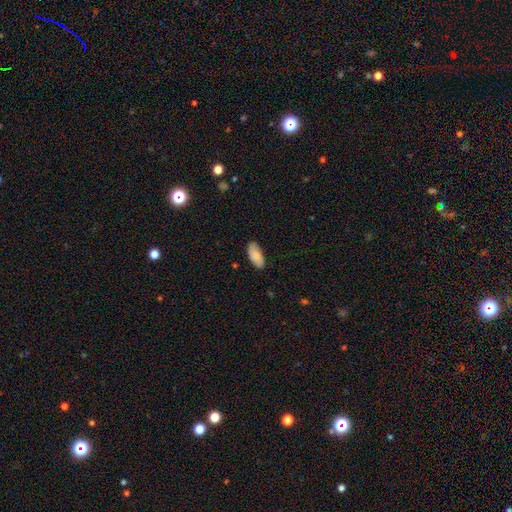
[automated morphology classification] smooth-or-featured: smooth: 84% | featured or disk: 10% | star or artifact: 6%
  how-rounded: in between: 90% | cigar-shaped: 8% | round: 2%
  merging: none: 81% | minor disturbance: 15% | major disturbance: 3% | merger: 1%